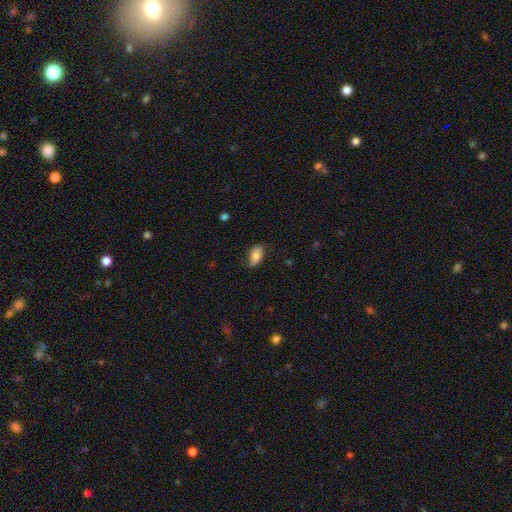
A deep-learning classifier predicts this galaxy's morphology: This appears to be a smooth galaxy with no disk features (81%) that is in between round and cigar-shaped (92%). Merging: none (74%).